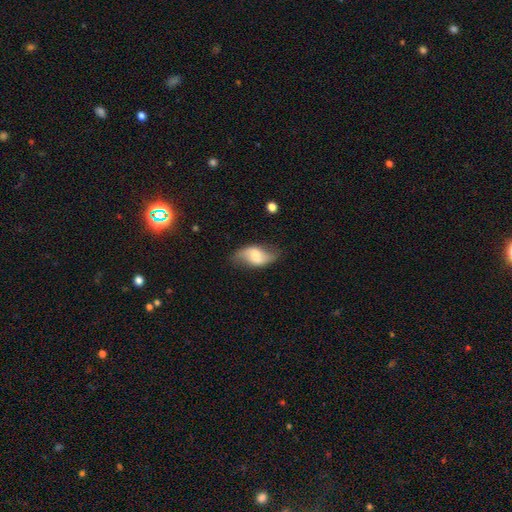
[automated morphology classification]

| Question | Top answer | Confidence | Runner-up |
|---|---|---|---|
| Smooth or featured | featured or disk | 49% | smooth (43%) |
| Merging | none | 67% | minor disturbance (23%) |